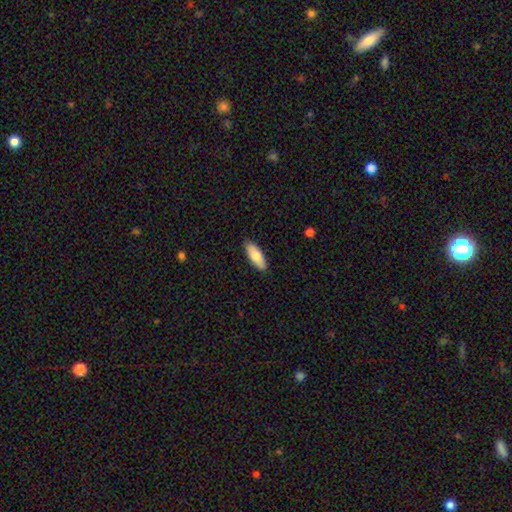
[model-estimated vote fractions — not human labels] Smooth or featured: smooth — 81% (featured or disk — 14%)
How rounded: in between — 69% (cigar-shaped — 29%)
Merging: none — 90% (minor disturbance — 8%)